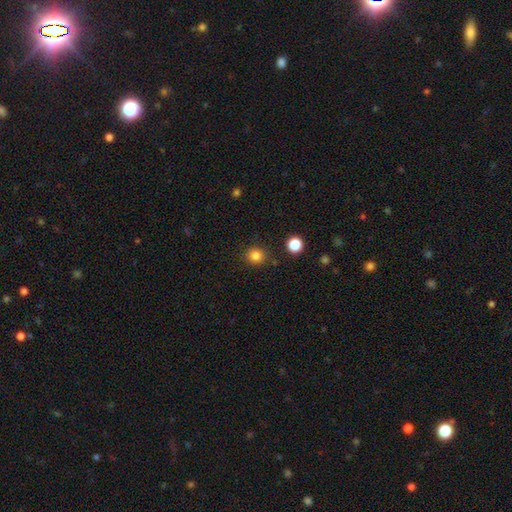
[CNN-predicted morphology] Overall: smooth (82%). How rounded: round (90%). Merging: none (88%).